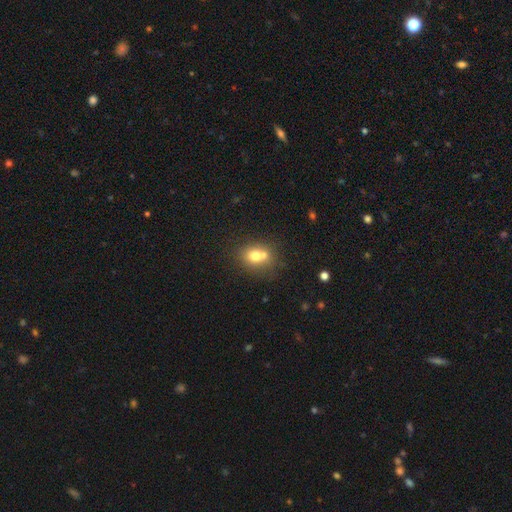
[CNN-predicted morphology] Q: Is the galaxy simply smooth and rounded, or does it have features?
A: smooth — 69%.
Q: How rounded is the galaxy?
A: round — 53%.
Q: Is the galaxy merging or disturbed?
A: none — 43%.